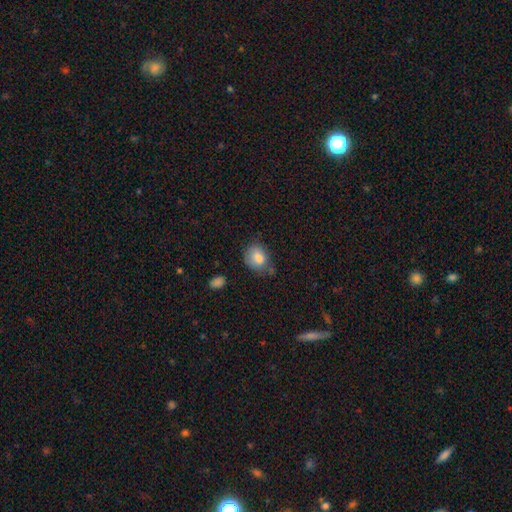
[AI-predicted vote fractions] Morphology: type=smooth (82%); roundness=in between (56%); merging=none (63%).